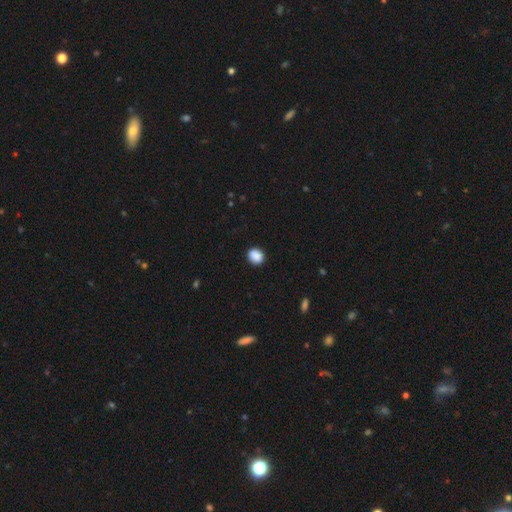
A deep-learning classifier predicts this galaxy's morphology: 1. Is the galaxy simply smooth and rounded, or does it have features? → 89% smooth, 8% star or artifact, 3% featured or disk.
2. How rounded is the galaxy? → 69% round, 30% in between, 1% cigar-shaped.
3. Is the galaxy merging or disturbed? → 89% none, 8% minor disturbance, 2% major disturbance, 1% merger.